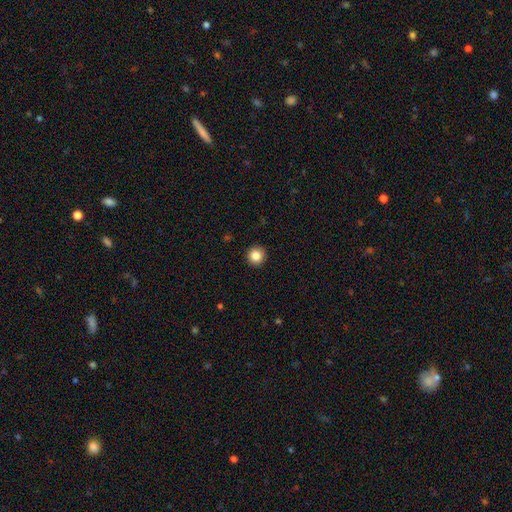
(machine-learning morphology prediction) Smooth or featured? Predicted: smooth (p=0.85). How rounded? Predicted: round (p=0.94). Merging? Predicted: none (p=0.93).